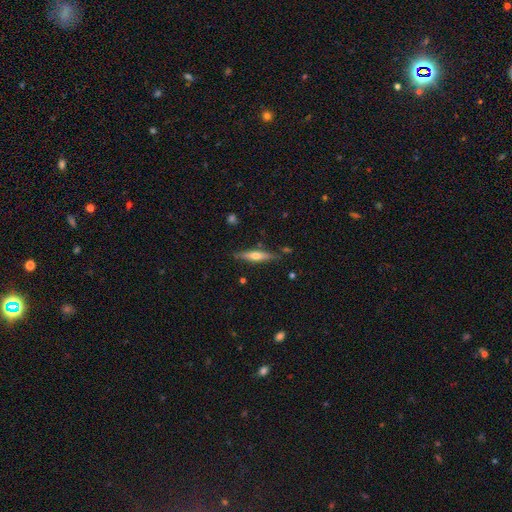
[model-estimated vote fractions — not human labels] The model was most divided on "smooth or featured": featured or disk: 52%, smooth: 42%, star or artifact: 6%. More confident: edge-on disk — yes (93%); merging — none (82%).